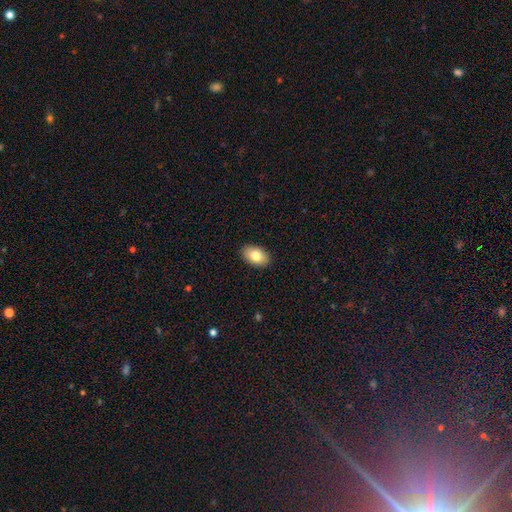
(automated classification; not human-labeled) A smooth galaxy with no disk features (81%) that is in between round and cigar-shaped (91%). Merging: none (90%).